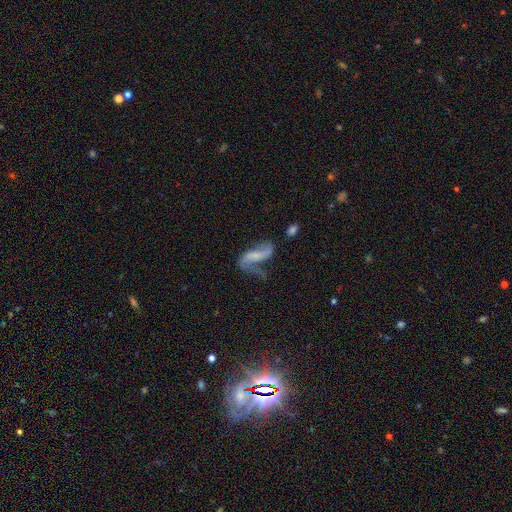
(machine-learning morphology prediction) This appears to be a featured or disk galaxy (70%) with no bar (41%), 2 (85%) loose (81%) spiral arms (86%) and a small central bulge (49%). Merging: none (41%).